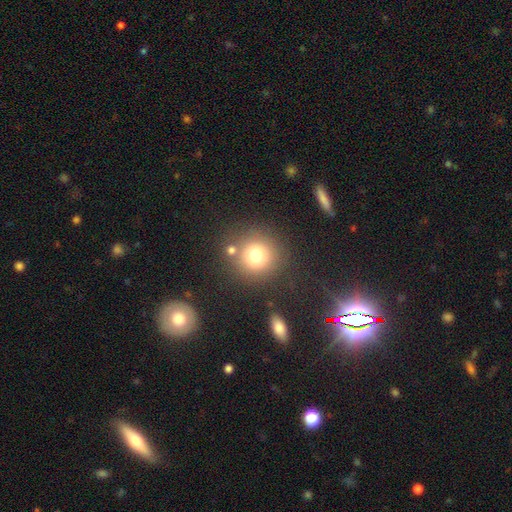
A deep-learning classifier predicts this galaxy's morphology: Smooth or featured?
  - smooth: 74% *
  - star or artifact: 15%
  - featured or disk: 11%
How rounded?
  - round: 93% *
  - in between: 6%
  - cigar-shaped: 1%
Merging?
  - none: 76% *
  - merger: 11%
  - minor disturbance: 9%
  - major disturbance: 4%